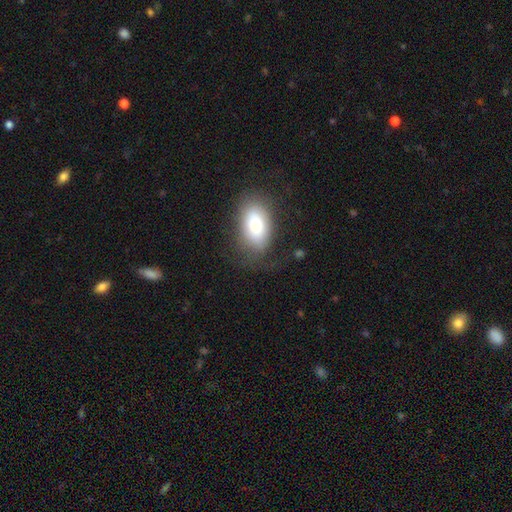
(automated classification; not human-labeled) Smooth or featured? smooth (77%)
How rounded? in between (91%)
Merging? none (74%)